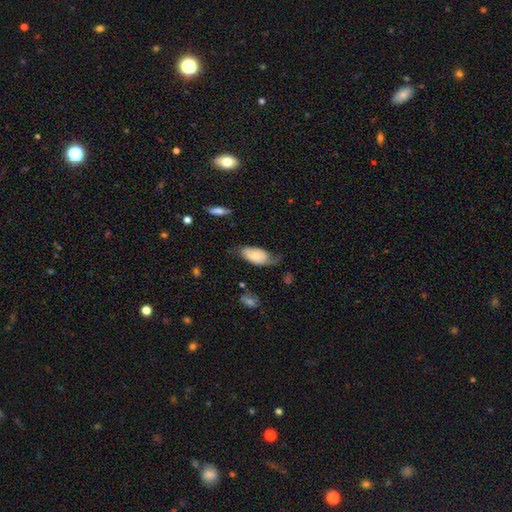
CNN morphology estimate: Smooth or featured: smooth — 61% (featured or disk — 32%)
How rounded: in between — 92% (cigar-shaped — 4%)
Merging: minor disturbance — 37% (none — 36%)